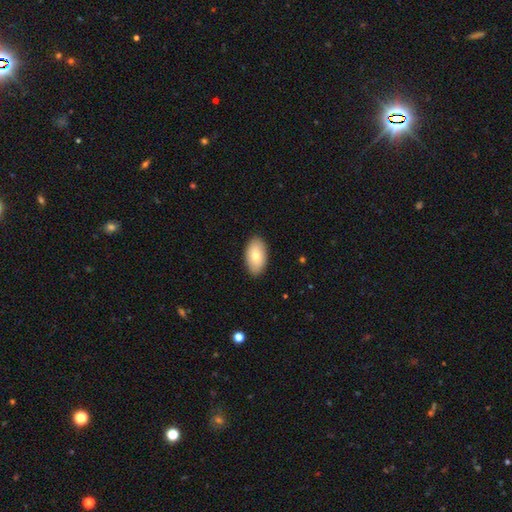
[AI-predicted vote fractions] Smooth or featured? Predicted: smooth (p=0.75). How rounded? Predicted: in between (p=0.94). Merging? Predicted: none (p=0.89).